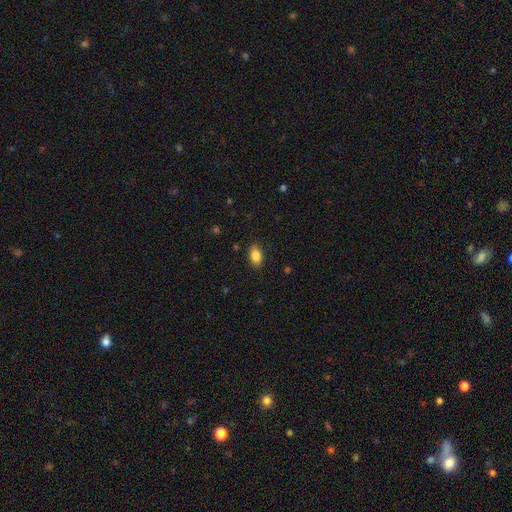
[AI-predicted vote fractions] Smooth or featured? smooth (86%)
How rounded? in between (89%)
Merging? none (87%)